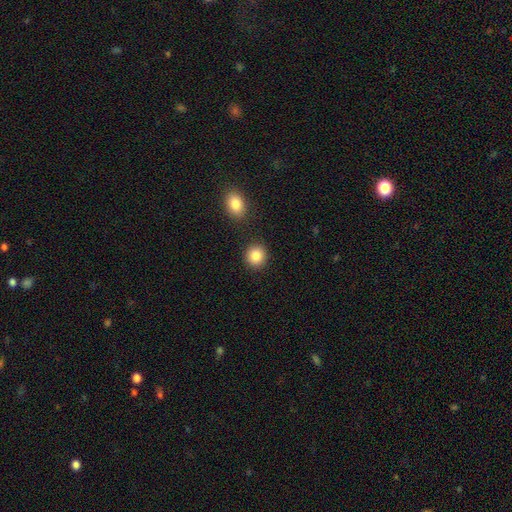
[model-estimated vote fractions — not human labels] Smooth or featured?
  - smooth: 87% *
  - star or artifact: 9%
  - featured or disk: 4%
How rounded?
  - round: 85% *
  - in between: 14%
  - cigar-shaped: 1%
Merging?
  - none: 87% *
  - minor disturbance: 7%
  - merger: 4%
  - major disturbance: 2%